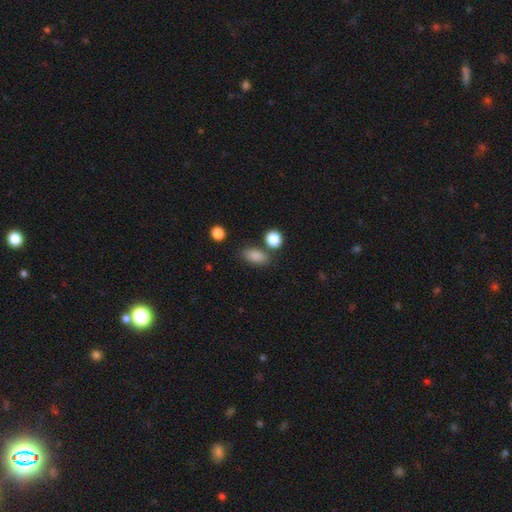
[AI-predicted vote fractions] This appears to be a smooth galaxy with no disk features (85%) that is in between round and cigar-shaped (85%). Merging: none (75%).